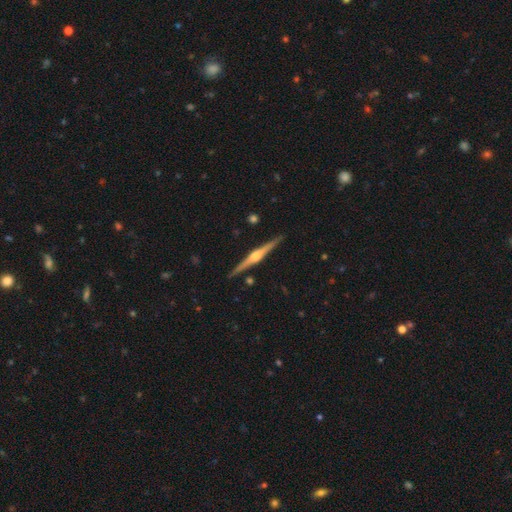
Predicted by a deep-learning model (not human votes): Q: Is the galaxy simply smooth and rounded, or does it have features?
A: featured or disk — 85%.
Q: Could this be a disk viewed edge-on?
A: yes — 99%.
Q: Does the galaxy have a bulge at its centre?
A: rounded — 87%.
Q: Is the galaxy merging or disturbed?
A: none — 91%.